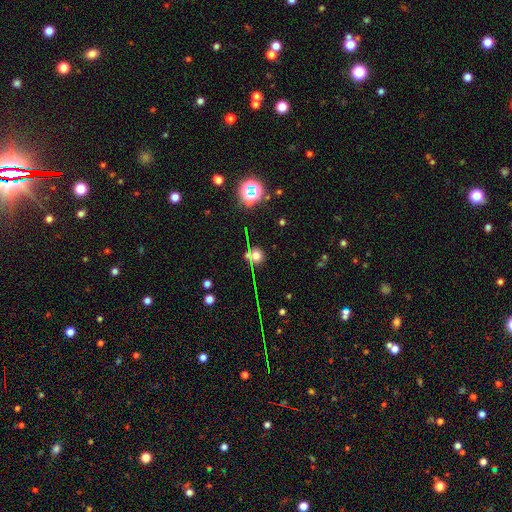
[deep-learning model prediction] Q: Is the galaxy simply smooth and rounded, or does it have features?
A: smooth — 51%.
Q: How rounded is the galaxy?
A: round — 87%.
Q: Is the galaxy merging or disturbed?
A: none — 64%.